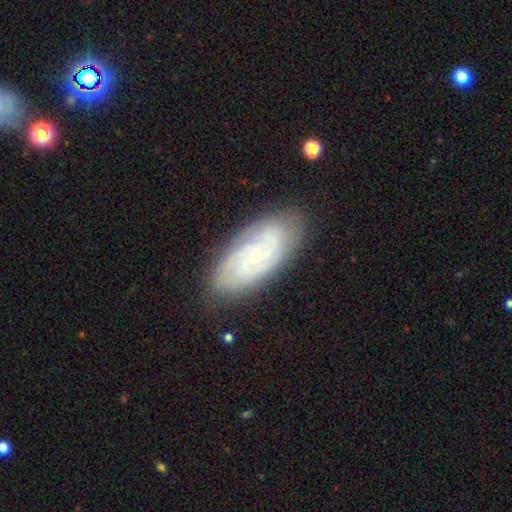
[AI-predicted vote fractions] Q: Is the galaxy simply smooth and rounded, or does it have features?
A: featured or disk — 80%.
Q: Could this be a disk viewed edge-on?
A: no — 94%.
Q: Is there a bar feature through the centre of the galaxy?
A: no — 69%.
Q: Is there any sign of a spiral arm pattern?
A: yes — 96%.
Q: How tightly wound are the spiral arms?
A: tight — 67%.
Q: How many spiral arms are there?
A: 2 — 35%.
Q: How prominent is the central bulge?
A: small — 80%.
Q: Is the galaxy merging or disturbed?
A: none — 82%.